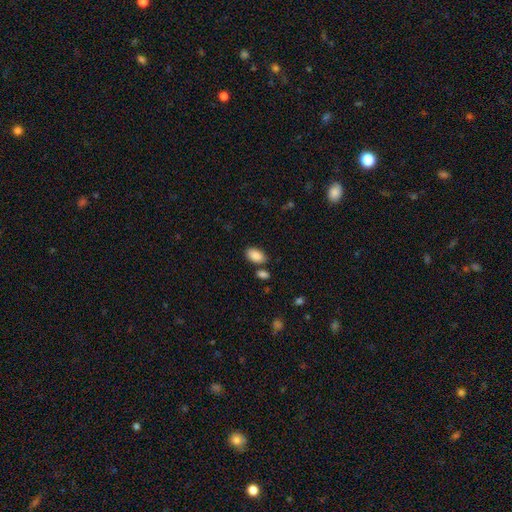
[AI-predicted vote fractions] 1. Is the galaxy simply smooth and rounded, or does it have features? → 88% smooth, 7% star or artifact, 4% featured or disk.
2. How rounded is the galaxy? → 93% in between, 5% round, 2% cigar-shaped.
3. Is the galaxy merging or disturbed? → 74% none, 12% minor disturbance, 10% merger, 3% major disturbance.